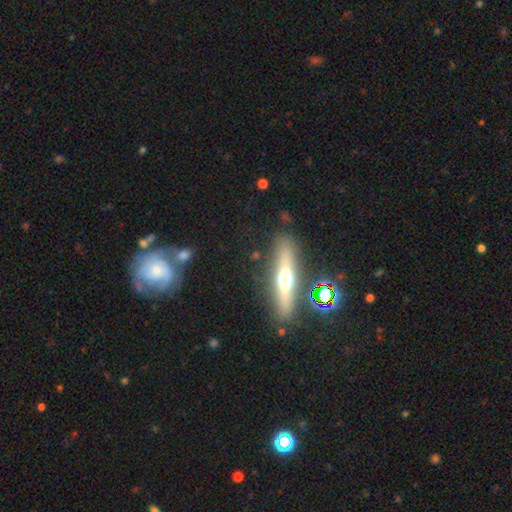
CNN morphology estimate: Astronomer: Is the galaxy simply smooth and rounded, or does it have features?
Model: featured or disk — 56% (runner-up: smooth, 33%).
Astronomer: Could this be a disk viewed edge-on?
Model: yes — 83%.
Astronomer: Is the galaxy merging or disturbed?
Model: none — 78%.